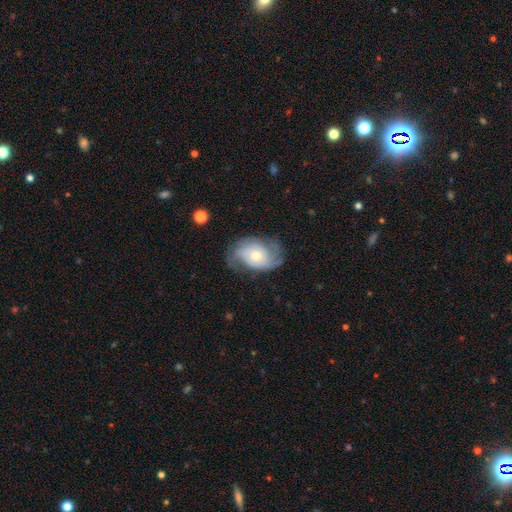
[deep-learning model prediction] featured or disk 77%, smooth 17%, star or artifact 6%. Down the decision tree: edge-on disk — no (97%); bar — no (74%); spiral arms — yes (93%); spiral arm count — 2 (53%); spiral winding — medium (43%); bulge size — moderate (47%); merging — none (65%).